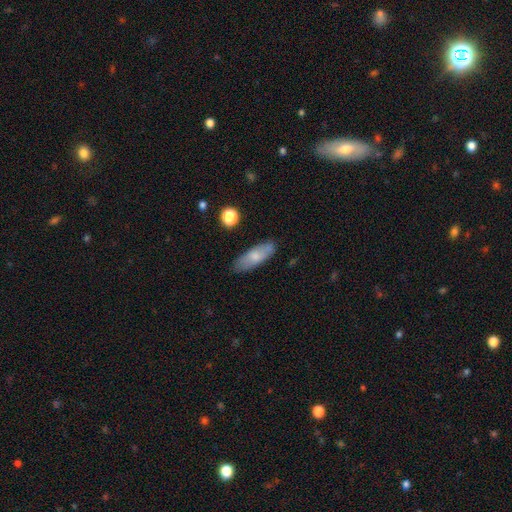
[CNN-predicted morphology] Smooth or featured?
  - smooth: 72% *
  - featured or disk: 21%
  - star or artifact: 7%
How rounded?
  - in between: 62% *
  - cigar-shaped: 36%
  - round: 2%
Merging?
  - none: 83% *
  - minor disturbance: 13%
  - major disturbance: 3%
  - merger: 2%